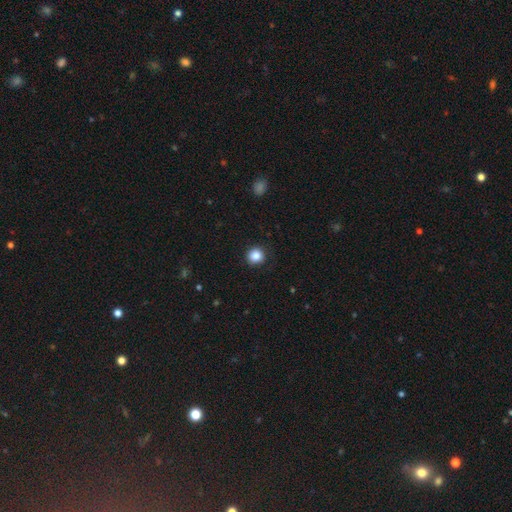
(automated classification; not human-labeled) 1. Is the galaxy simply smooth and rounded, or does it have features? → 85% smooth, 10% star or artifact, 4% featured or disk.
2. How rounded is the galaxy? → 91% round, 8% in between, 1% cigar-shaped.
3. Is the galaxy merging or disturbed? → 90% none, 7% minor disturbance, 2% major disturbance, 1% merger.